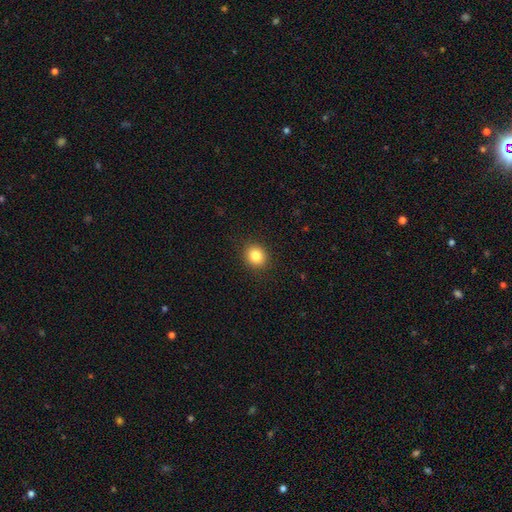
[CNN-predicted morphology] A smooth galaxy with no disk features (83%) that is round (77%).

Vote fractions:
- Smooth or featured? smooth: 83% / star or artifact: 11% / featured or disk: 6%
- How rounded? round: 77% / in between: 22% / cigar-shaped: 1%
- Merging? none: 90% / minor disturbance: 7% / major disturbance: 2% / merger: 1%